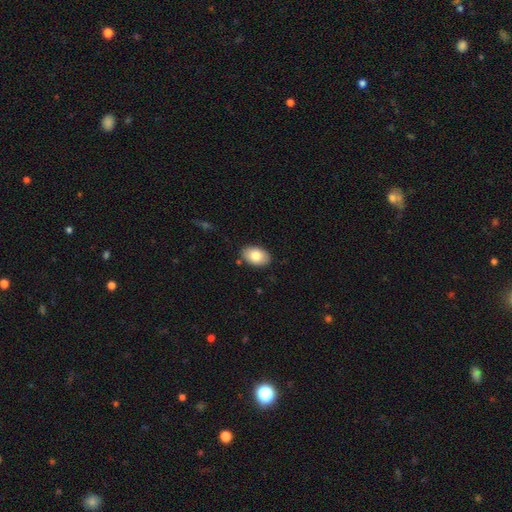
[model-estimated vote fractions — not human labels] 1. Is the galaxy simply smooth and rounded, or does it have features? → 81% smooth, 12% featured or disk, 7% star or artifact.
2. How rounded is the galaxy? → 91% in between, 8% round, 1% cigar-shaped.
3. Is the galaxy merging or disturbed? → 86% none, 10% minor disturbance, 2% major disturbance, 2% merger.